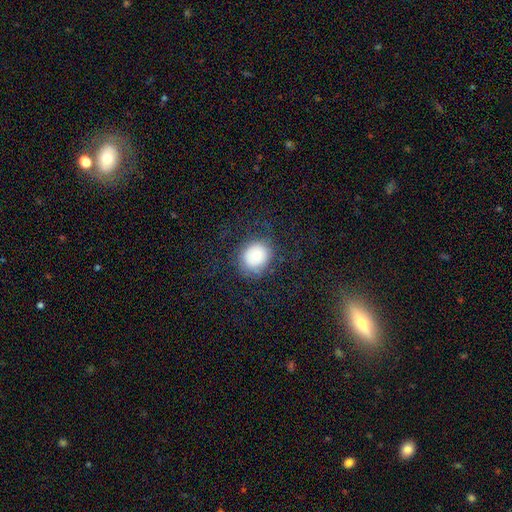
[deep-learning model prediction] smooth_or_featured: smooth (p=0.72) [alt: featured or disk p=0.17]
how_rounded: round (p=0.78) [alt: in between p=0.21]
merging: none (p=0.68) [alt: minor disturbance p=0.16]